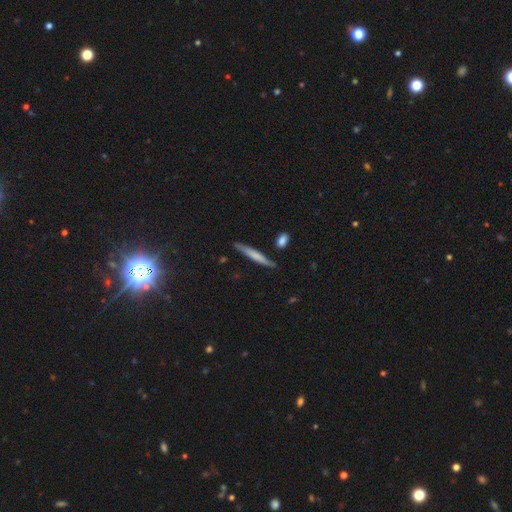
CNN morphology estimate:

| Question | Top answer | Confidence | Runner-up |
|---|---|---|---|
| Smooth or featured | smooth | 63% | featured or disk (32%) |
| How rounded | cigar-shaped | 93% | in between (5%) |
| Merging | none | 80% | minor disturbance (14%) |